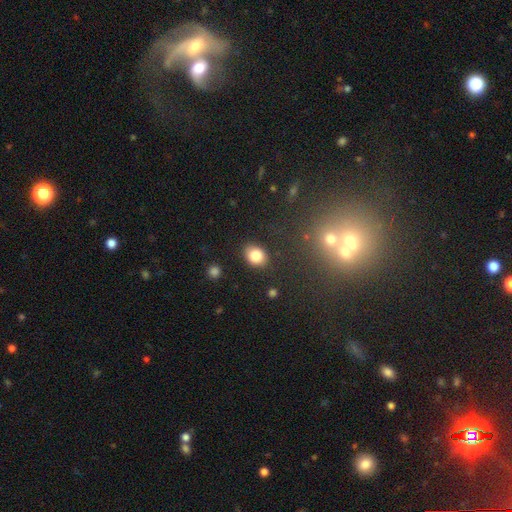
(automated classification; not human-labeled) Smooth or featured: smooth — 84% (star or artifact — 10%)
How rounded: in between — 59% (round — 40%)
Merging: none — 86% (minor disturbance — 10%)